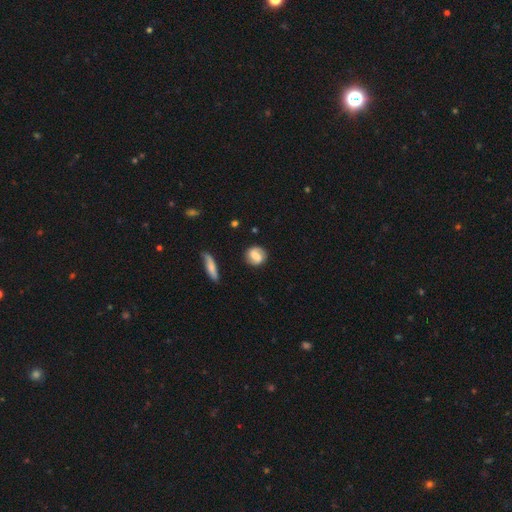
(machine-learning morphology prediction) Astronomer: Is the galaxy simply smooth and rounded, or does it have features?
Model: smooth — 51% (runner-up: featured or disk, 41%).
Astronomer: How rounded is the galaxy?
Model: round — 70%.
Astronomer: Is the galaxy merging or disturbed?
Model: none — 81%.